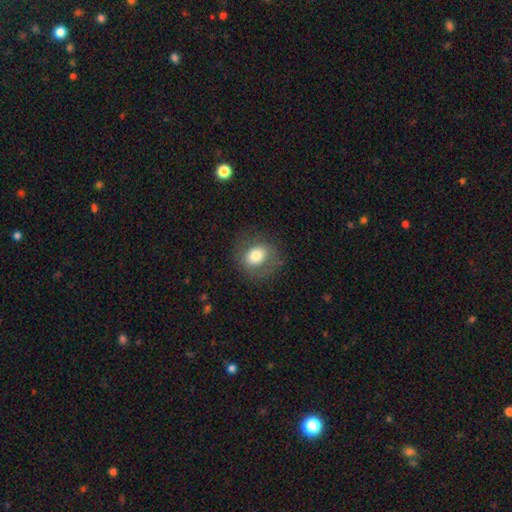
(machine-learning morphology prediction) A smooth galaxy with no disk features (73%) that is round (54%). Merging: none (76%).